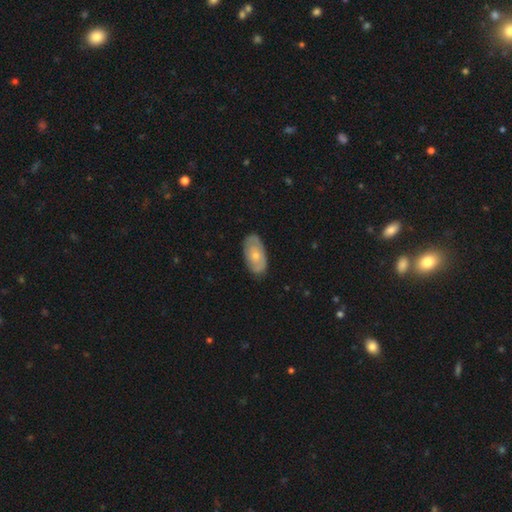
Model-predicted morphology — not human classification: Smooth or featured?
  - smooth: 51% *
  - featured or disk: 43%
  - star or artifact: 6%
How rounded?
  - in between: 93% *
  - round: 5%
  - cigar-shaped: 3%
Merging?
  - none: 79% *
  - minor disturbance: 16%
  - major disturbance: 3%
  - merger: 1%